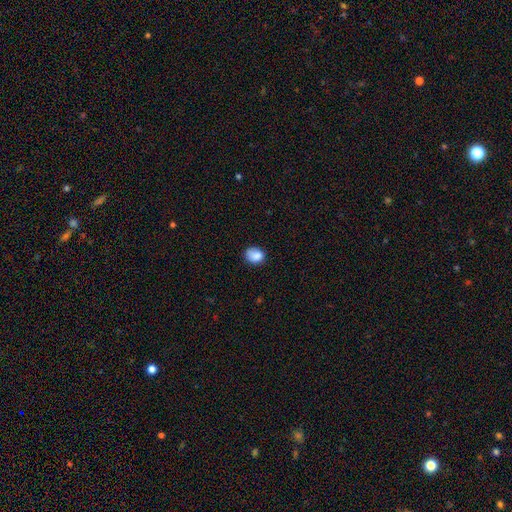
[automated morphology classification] Smooth or featured?
  - smooth: 83% *
  - star or artifact: 9%
  - featured or disk: 8%
How rounded?
  - round: 53% *
  - in between: 46%
  - cigar-shaped: 1%
Merging?
  - none: 58% *
  - minor disturbance: 29%
  - major disturbance: 9%
  - merger: 5%